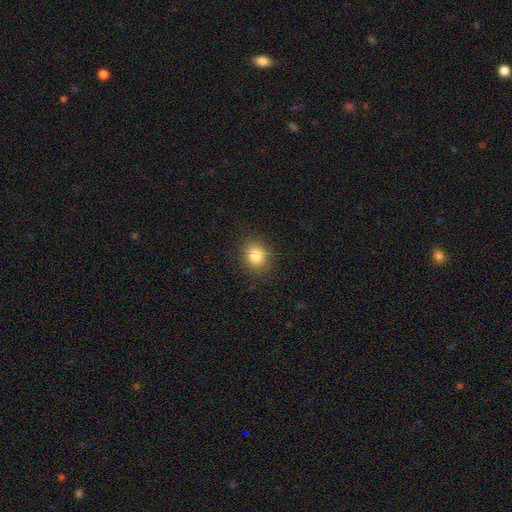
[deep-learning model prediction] Morphology: type=smooth (84%); roundness=round (65%); merging=none (88%).